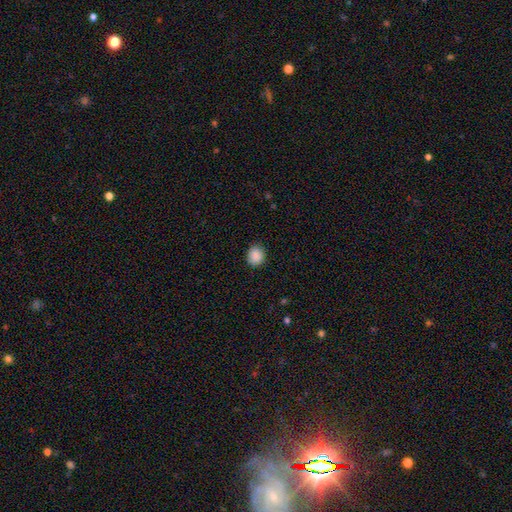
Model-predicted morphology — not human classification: This is clearly a smooth galaxy (89%). How rounded: likely round (70%). Merging: clearly none (88%).